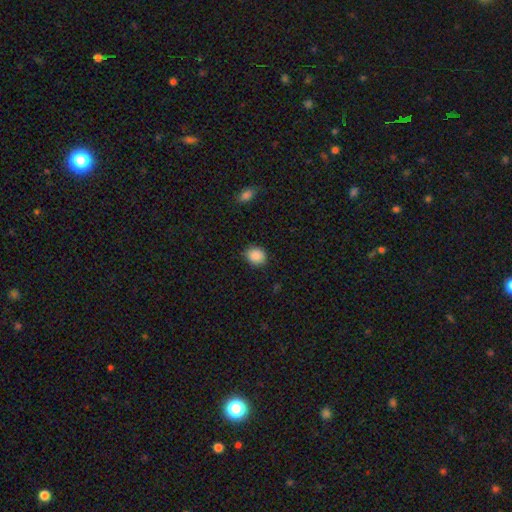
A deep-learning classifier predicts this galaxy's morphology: Smooth or featured?
  - smooth: 89% *
  - star or artifact: 8%
  - featured or disk: 3%
How rounded?
  - round: 70% *
  - in between: 29%
  - cigar-shaped: 1%
Merging?
  - none: 87% *
  - minor disturbance: 9%
  - major disturbance: 3%
  - merger: 1%